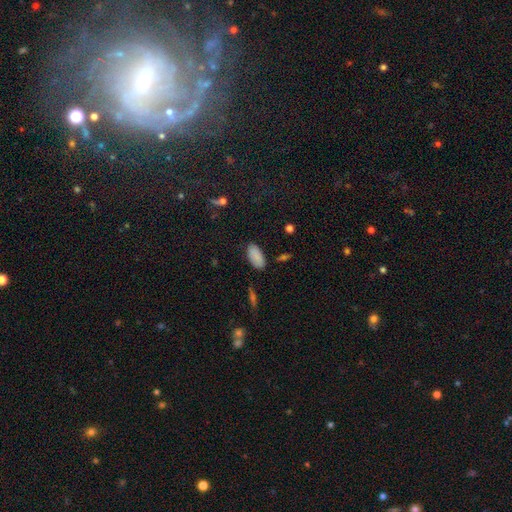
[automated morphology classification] type=smooth (87%); roundness=in between (93%); merging=none (84%).